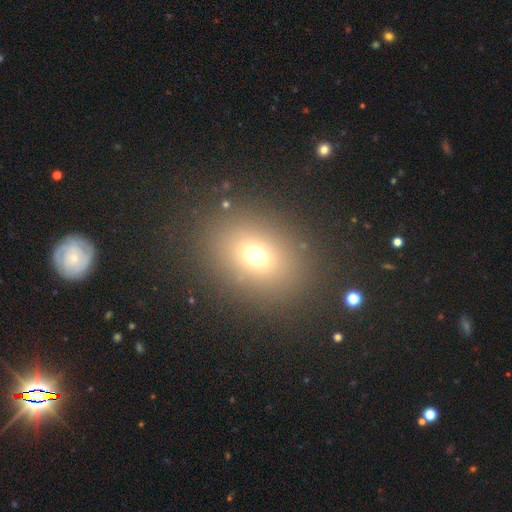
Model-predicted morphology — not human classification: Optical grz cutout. It shows a smooth galaxy with no disk features (69%) that is in between round and cigar-shaped (53%). Merging: none (86%).